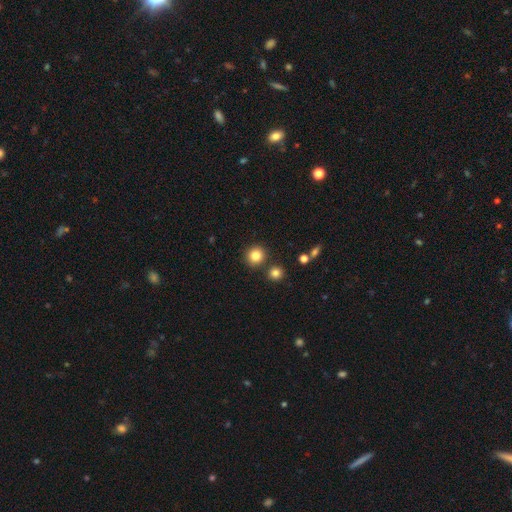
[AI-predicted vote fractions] smooth_or_featured: smooth (p=0.83) [alt: star or artifact p=0.11]
how_rounded: round (p=0.91) [alt: in between p=0.08]
merging: none (p=0.84) [alt: merger p=0.07]